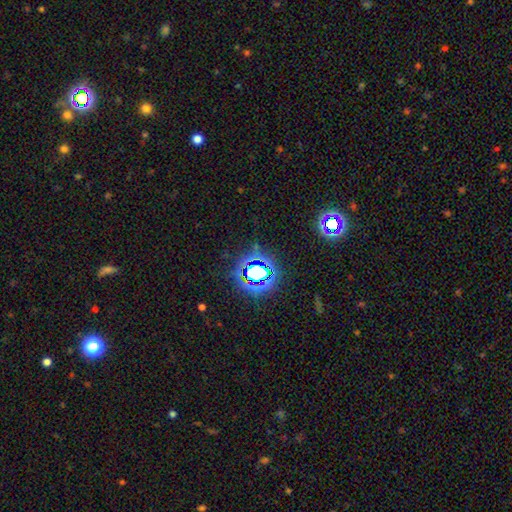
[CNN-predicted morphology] Smooth or featured: star or artifact — 79% (smooth — 14%)